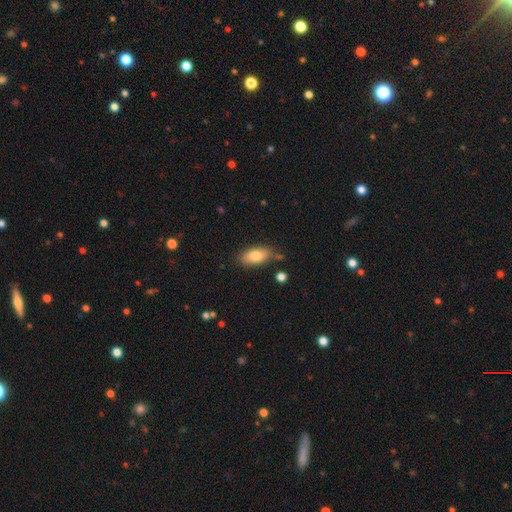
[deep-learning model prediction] Q: Smooth or featured?
A: smooth (78%); runner-up: featured or disk (14%)
Q: How rounded?
A: in between (86%); runner-up: cigar-shaped (10%)
Q: Merging?
A: none (76%); runner-up: minor disturbance (16%)